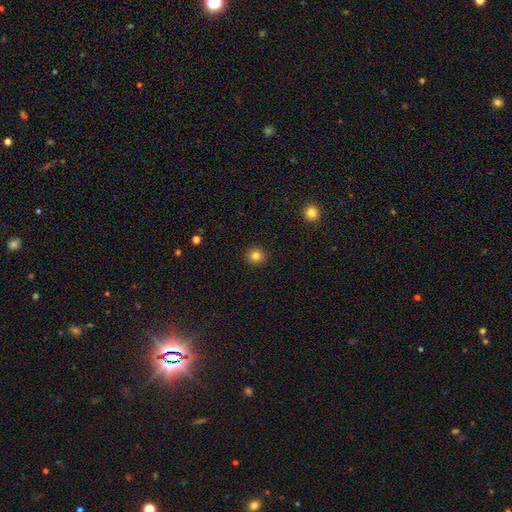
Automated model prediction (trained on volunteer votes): Smooth or featured? smooth (81%)
How rounded? round (91%)
Merging? none (92%)